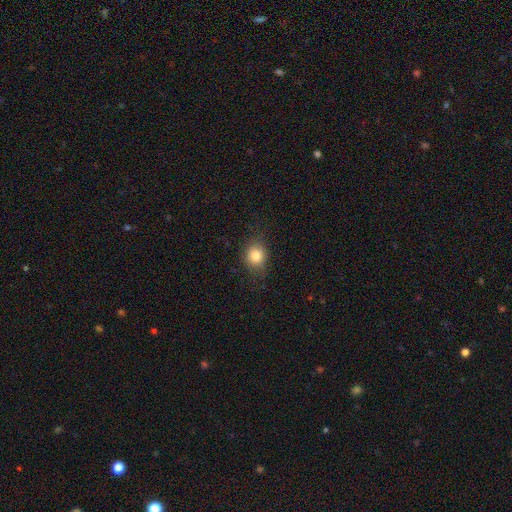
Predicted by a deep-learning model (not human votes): Smooth or featured? smooth (81%)
How rounded? round (67%)
Merging? none (78%)